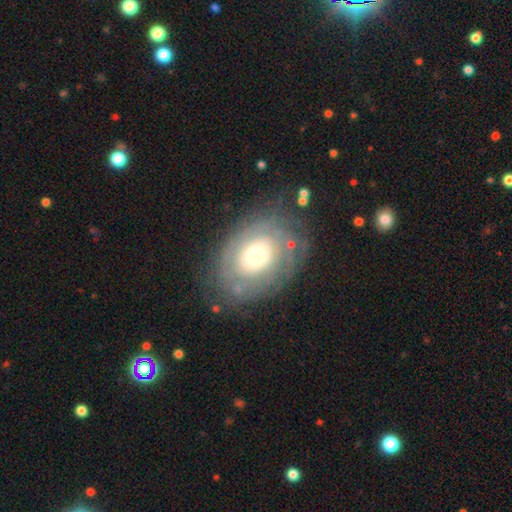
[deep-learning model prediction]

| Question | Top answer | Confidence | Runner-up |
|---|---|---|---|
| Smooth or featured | featured or disk | 64% | smooth (28%) |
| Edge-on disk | no | 95% | yes (5%) |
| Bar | no | 85% | weak (12%) |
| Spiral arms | yes | 61% | no (39%) |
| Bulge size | moderate | 59% | small (21%) |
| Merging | none | 72% | minor disturbance (17%) |